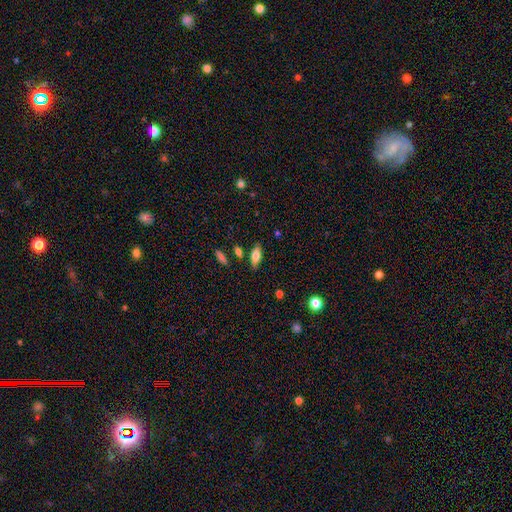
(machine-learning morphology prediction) Smooth or featured? Predicted: smooth (p=0.72). How rounded? Predicted: in between (p=0.79). Merging? Predicted: none (p=0.82).